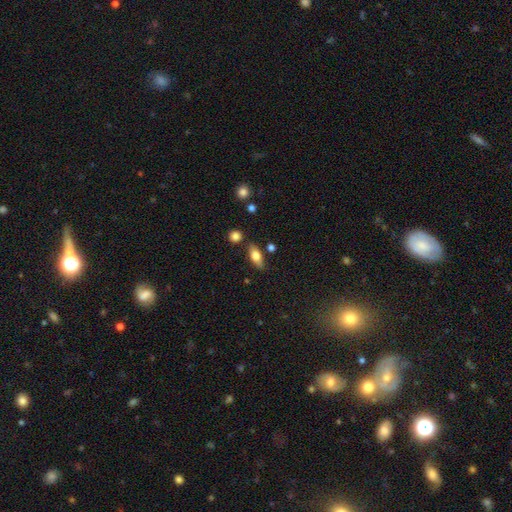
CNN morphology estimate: This appears to be a smooth galaxy with no disk features (70%) that is in between round and cigar-shaped (76%). Merging: none (77%).